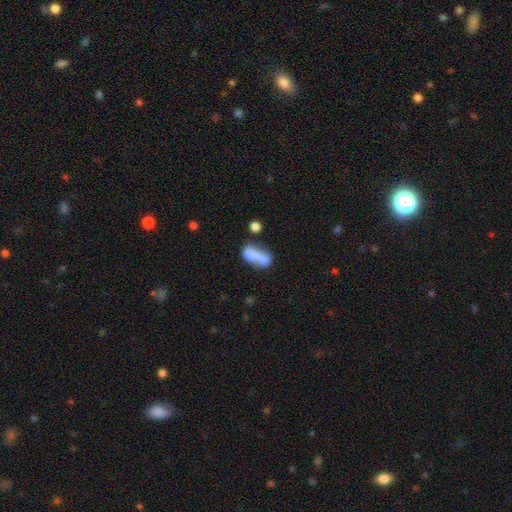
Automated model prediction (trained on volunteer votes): The model was most divided on "merging": merger: 36%, none: 32%, minor disturbance: 18%, major disturbance: 14%. More confident: how rounded — in between (69%); smooth or featured — smooth (67%).